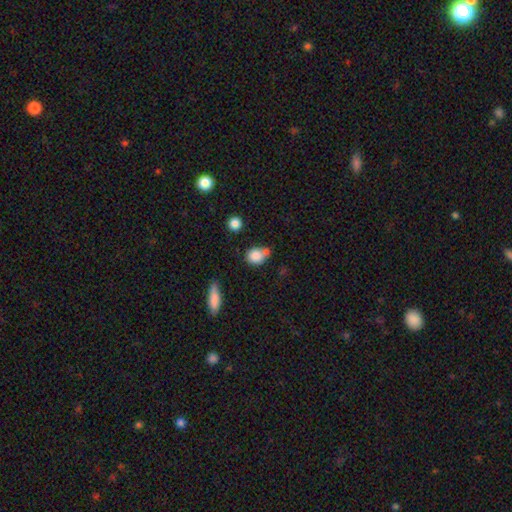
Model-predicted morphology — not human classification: Smooth or featured? smooth (82%)
How rounded? round (68%)
Merging? none (52%)